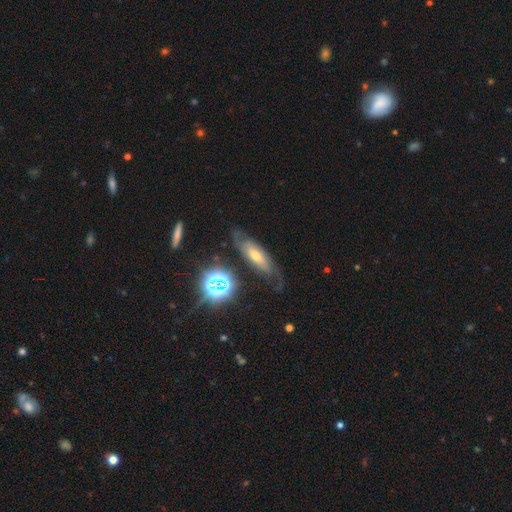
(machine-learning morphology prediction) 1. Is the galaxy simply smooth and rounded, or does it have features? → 57% featured or disk, 26% smooth, 17% star or artifact.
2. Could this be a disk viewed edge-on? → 74% no, 26% yes.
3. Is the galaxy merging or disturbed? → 68% none, 20% minor disturbance, 10% major disturbance, 3% merger.